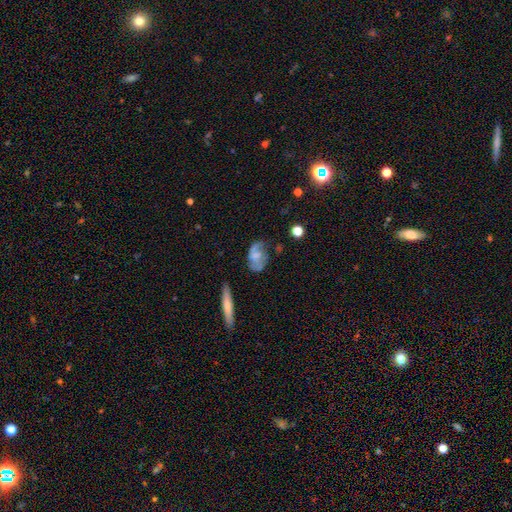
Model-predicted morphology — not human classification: type=featured or disk (54%); edge-on=no (94%); bar=no (67%); spiral arms=yes (63%); bulge=none (35%); merging=none (49%).